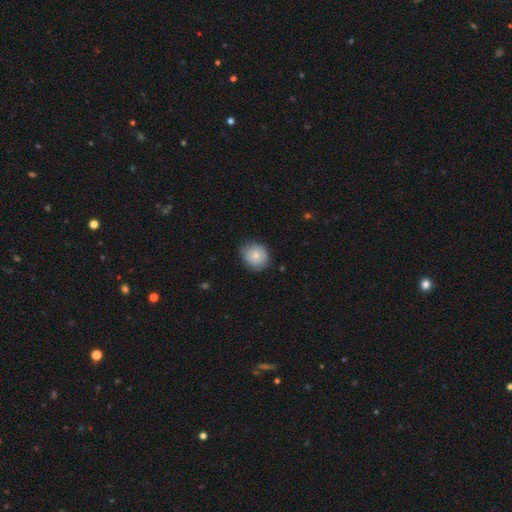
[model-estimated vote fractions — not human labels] This is likely a smooth galaxy (78%). How rounded: likely round (77%). Merging: likely none (77%).